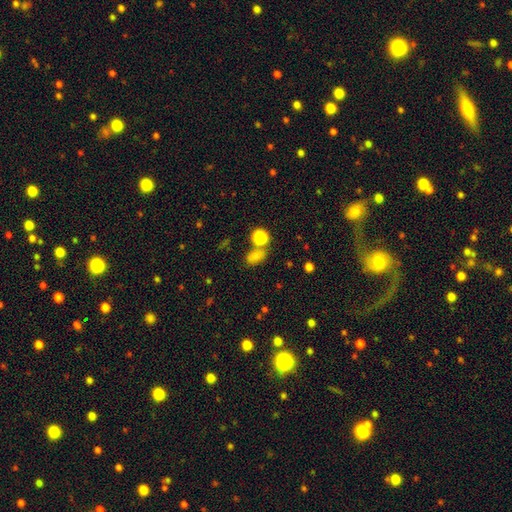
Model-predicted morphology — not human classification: Q: Smooth or featured?
A: smooth (76%); runner-up: star or artifact (17%)
Q: How rounded?
A: in between (77%); runner-up: round (21%)
Q: Merging?
A: none (56%); runner-up: merger (25%)